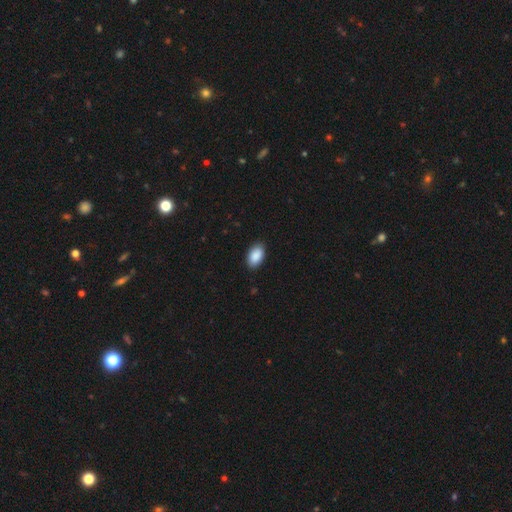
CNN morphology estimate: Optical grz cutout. It shows a smooth galaxy with no disk features (90%) that is in between round and cigar-shaped (94%). Merging: none (88%).